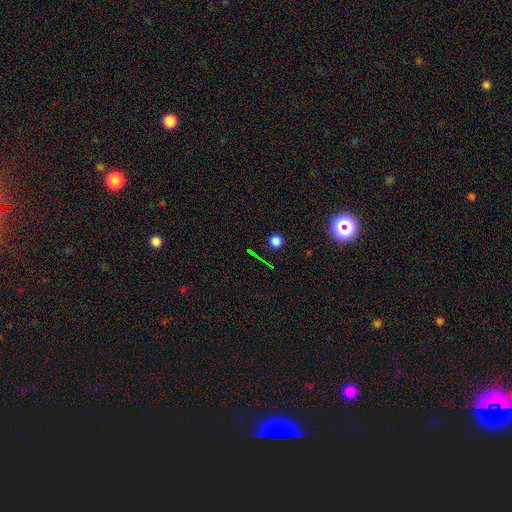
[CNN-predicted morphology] A star or artifact, not a galaxy (59%).